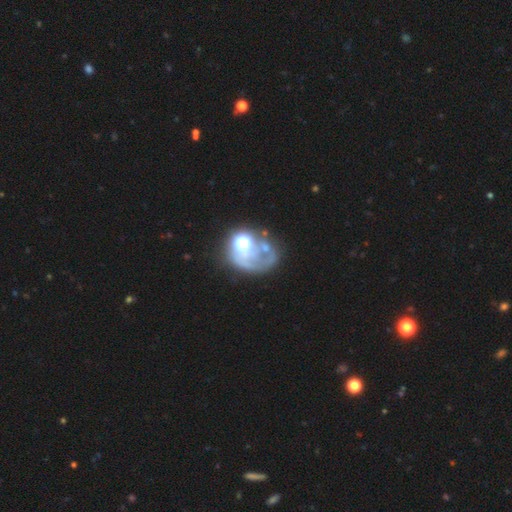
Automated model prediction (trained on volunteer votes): Overall: featured or disk (37%; star or artifact 32%). Merging: none (40%; major disturbance 28%).